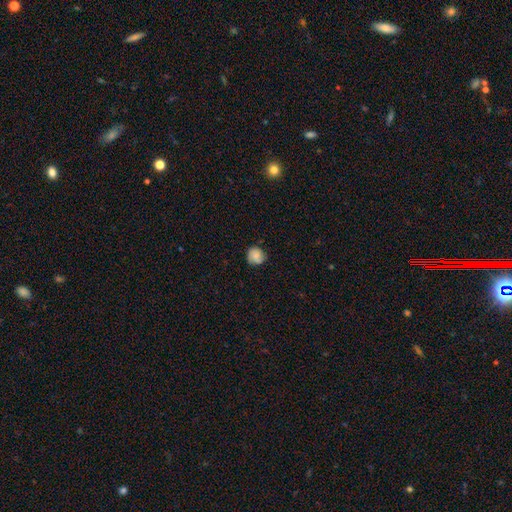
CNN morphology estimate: A smooth galaxy with no disk features (75%) that is round (84%). Merging: none (69%).